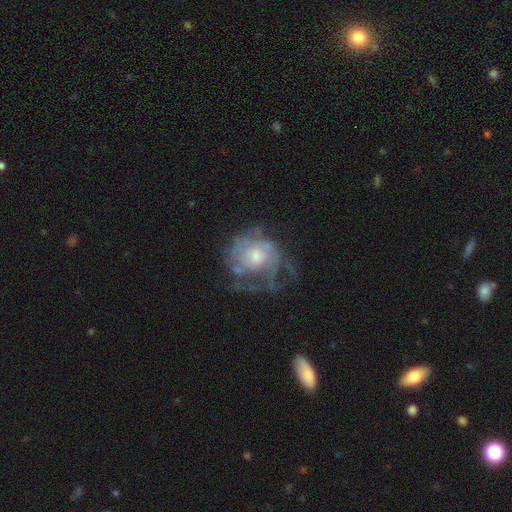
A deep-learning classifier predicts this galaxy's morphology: Overall: featured or disk (72%). Edge-on disk: no (97%). Bar: no (80%). Spiral arms: yes (71%). Spiral arm count: can't tell (51%; 2 18%). Spiral winding: tight (49%; medium 34%). Bulge size: moderate (47%; small 41%). Merging: none (47%; major disturbance 30%).